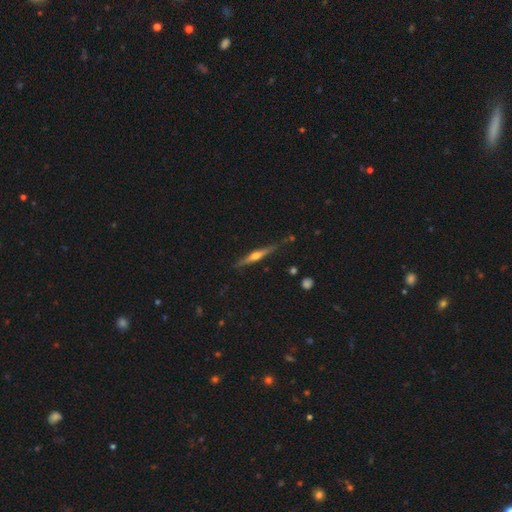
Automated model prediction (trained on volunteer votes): Overall: featured or disk (70%). Edge-on disk: yes (97%). Edge-on bulge: rounded (89%). Merging: none (80%).